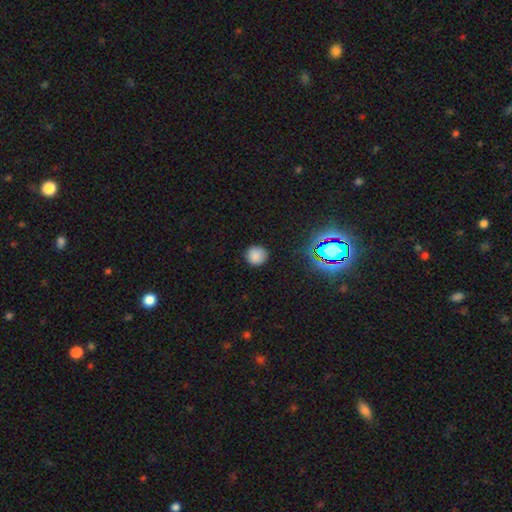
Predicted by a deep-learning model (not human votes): This is clearly a smooth galaxy (81%). How rounded: clearly round (93%). Merging: clearly none (87%).